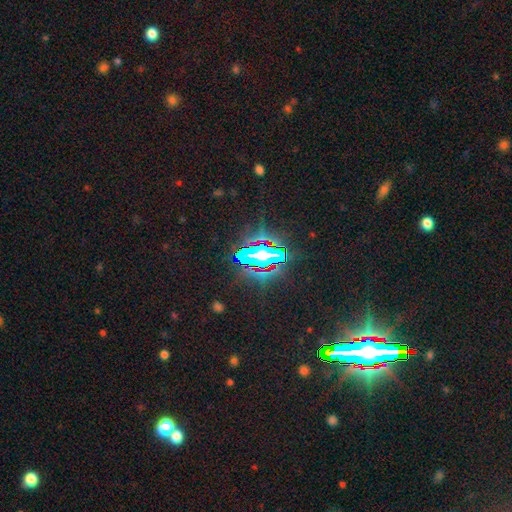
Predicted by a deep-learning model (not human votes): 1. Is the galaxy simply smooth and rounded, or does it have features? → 68% star or artifact, 19% smooth, 14% featured or disk.